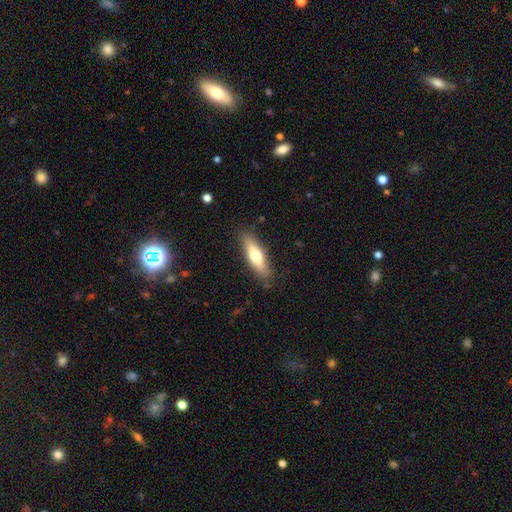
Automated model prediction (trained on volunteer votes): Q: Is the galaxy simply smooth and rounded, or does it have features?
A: smooth — 62%.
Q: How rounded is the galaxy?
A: cigar-shaped — 60%.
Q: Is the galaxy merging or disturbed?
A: none — 85%.